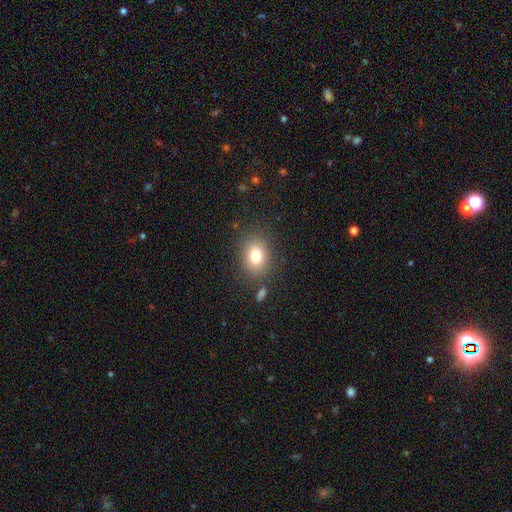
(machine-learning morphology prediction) Overall: smooth (79%). How rounded: in between (54%; round 45%). Merging: none (82%).